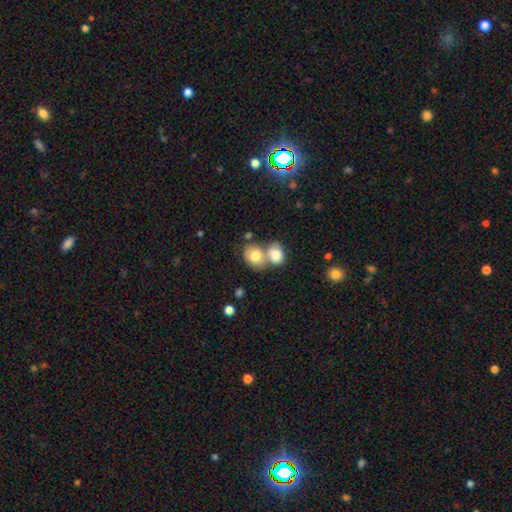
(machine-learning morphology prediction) Smooth or featured? Predicted: smooth (p=0.78). How rounded? Predicted: in between (p=0.52). Merging? Predicted: merger (p=0.61).